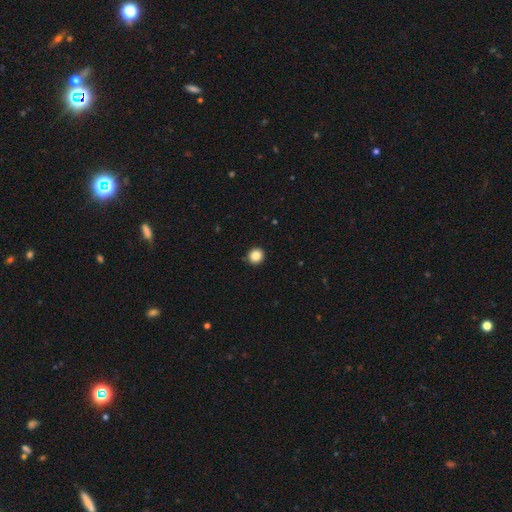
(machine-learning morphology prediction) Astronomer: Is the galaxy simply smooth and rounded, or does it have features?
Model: smooth — 86%.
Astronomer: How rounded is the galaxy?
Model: round — 91%.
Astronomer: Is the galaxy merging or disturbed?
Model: none — 91%.